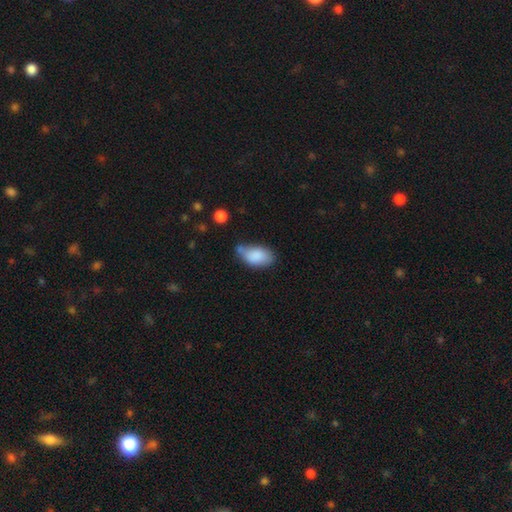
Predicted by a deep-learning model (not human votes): smooth_or_featured: smooth (p=0.85) [alt: featured or disk p=0.08]
how_rounded: in between (p=0.93) [alt: round p=0.05]
merging: none (p=0.47) [alt: minor disturbance p=0.30]